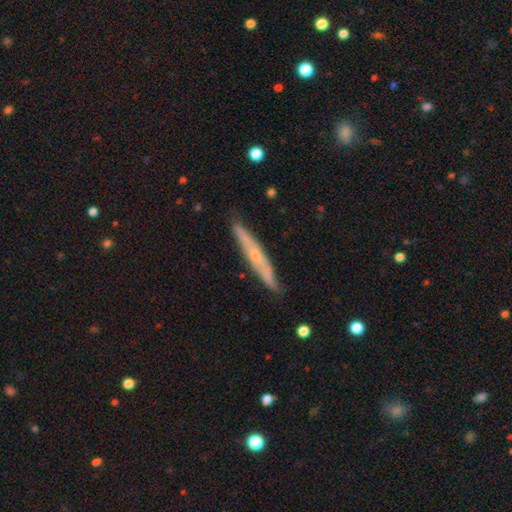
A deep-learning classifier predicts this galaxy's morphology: Smooth or featured? Predicted: featured or disk (p=0.62). Edge-on disk? Predicted: yes (p=0.89). Edge-on bulge? Predicted: rounded (p=0.62). Merging? Predicted: none (p=0.85).